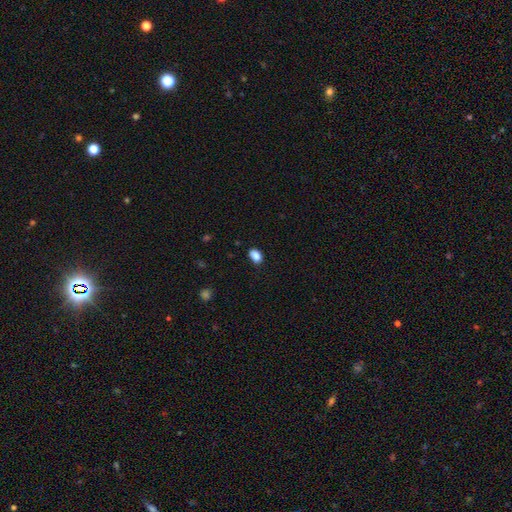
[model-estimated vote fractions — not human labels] The model was most divided on "merging": none: 72%, minor disturbance: 21%, major disturbance: 4%, merger: 3%. More confident: smooth or featured — smooth (85%); how rounded — in between (80%).